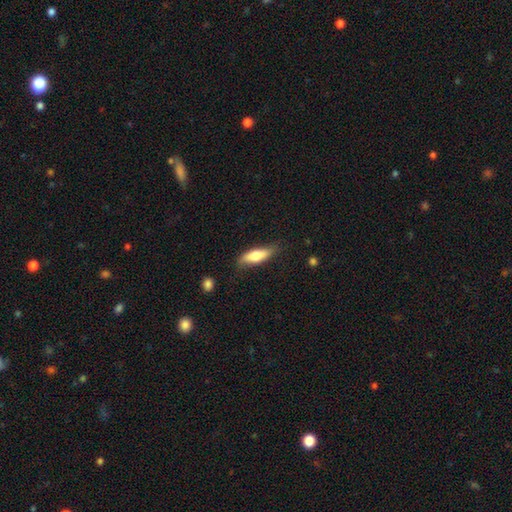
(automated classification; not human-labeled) smooth 66%, featured or disk 29%, star or artifact 6%. Down the decision tree: how rounded — in between (52%); merging — none (73%).